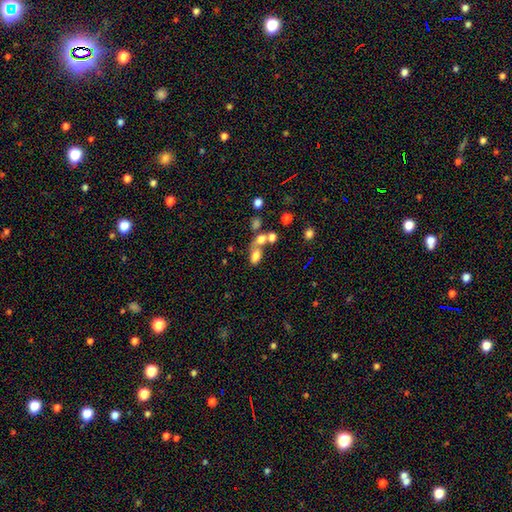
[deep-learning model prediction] smooth 72%, featured or disk 14%, star or artifact 14%. Down the decision tree: how rounded — in between (78%); merging — merger (48%).